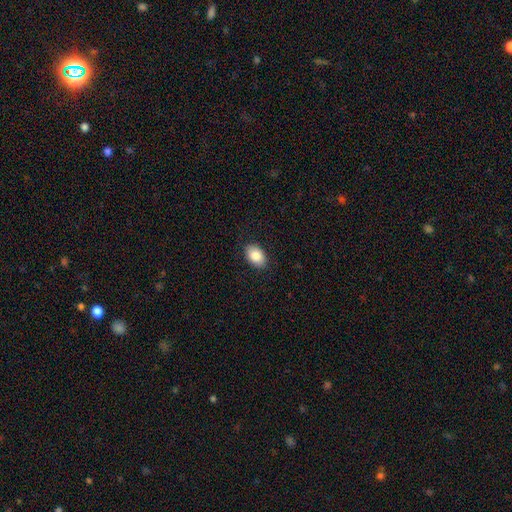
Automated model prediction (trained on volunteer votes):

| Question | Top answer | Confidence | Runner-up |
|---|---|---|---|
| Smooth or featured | smooth | 86% | star or artifact (7%) |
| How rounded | in between | 87% | round (12%) |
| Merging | none | 88% | minor disturbance (9%) |